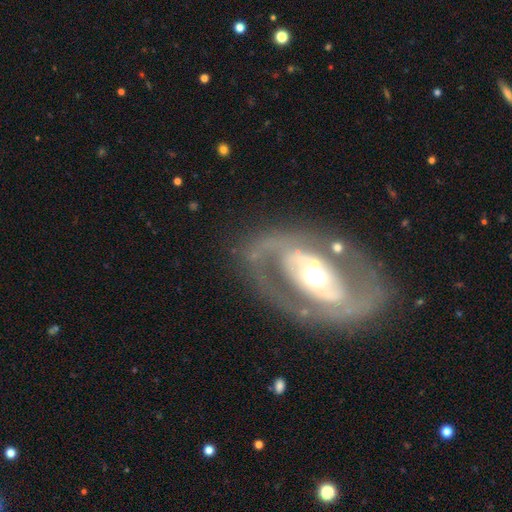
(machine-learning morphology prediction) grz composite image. It shows a featured or disk galaxy (79%) with no bar (54%), spiral arms (64%) and a moderate central bulge (65%). Merging: none (70%).